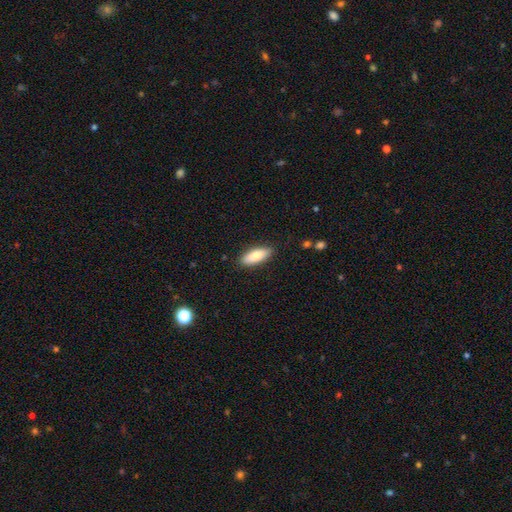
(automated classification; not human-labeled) The model was most divided on "how rounded": in between: 72%, cigar-shaped: 26%, round: 2%. More confident: merging — none (87%); smooth or featured — smooth (83%).